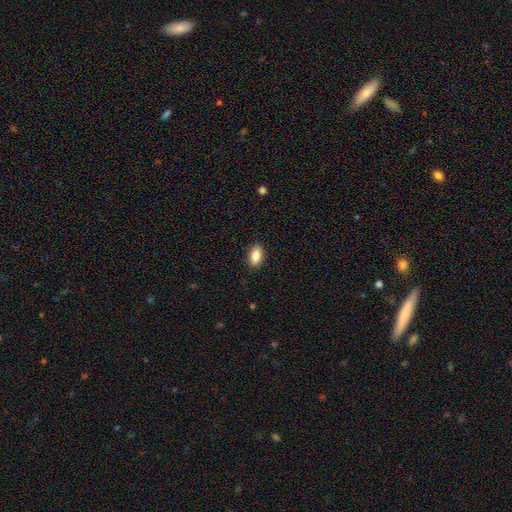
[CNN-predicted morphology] Smooth or featured? Predicted: smooth (p=0.87). How rounded? Predicted: in between (p=0.91). Merging? Predicted: none (p=0.89).